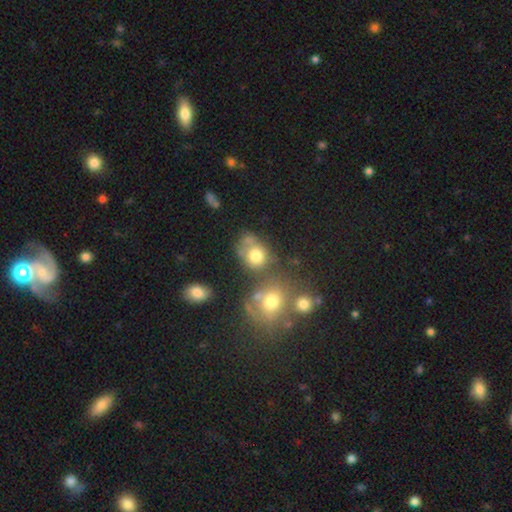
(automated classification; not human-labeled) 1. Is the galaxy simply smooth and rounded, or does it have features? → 70% smooth, 16% featured or disk, 14% star or artifact.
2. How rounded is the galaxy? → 65% round, 34% in between, 1% cigar-shaped.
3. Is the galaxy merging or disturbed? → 41% none, 33% merger, 16% minor disturbance, 11% major disturbance.